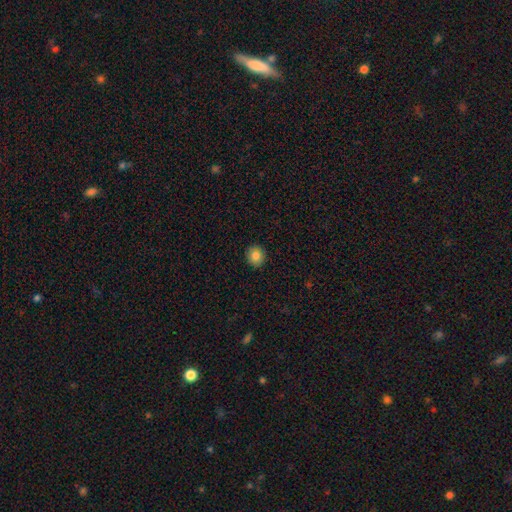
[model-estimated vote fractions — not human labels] This appears to be a smooth galaxy with no disk features (83%) that is round (83%). Merging: none (91%).